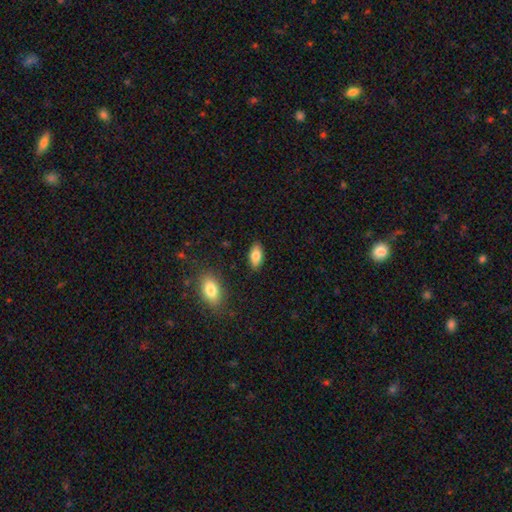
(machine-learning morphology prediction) A smooth galaxy with no disk features (82%) that is in between round and cigar-shaped (91%).

Vote fractions:
- Smooth or featured? smooth: 82% / featured or disk: 10% / star or artifact: 7%
- How rounded? in between: 91% / cigar-shaped: 6% / round: 3%
- Merging? none: 86% / minor disturbance: 10% / major disturbance: 2% / merger: 2%